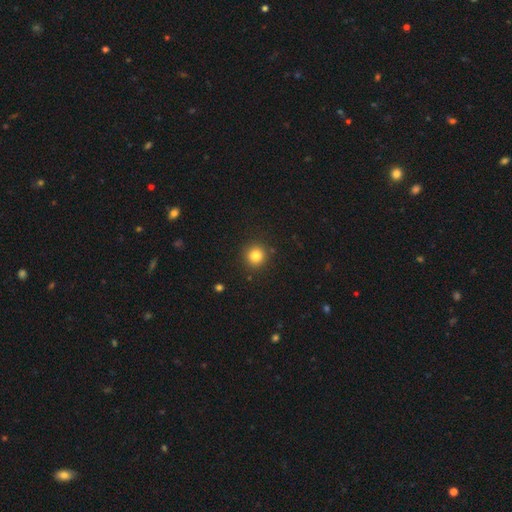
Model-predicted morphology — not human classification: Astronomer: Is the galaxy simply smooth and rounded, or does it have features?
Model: smooth — 81%.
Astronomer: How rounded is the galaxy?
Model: round — 93%.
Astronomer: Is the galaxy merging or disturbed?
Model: none — 90%.